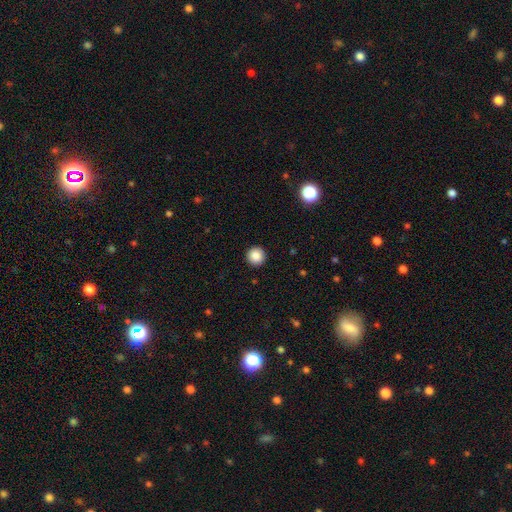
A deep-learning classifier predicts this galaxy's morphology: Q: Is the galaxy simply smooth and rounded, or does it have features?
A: smooth — 87%.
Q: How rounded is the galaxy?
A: round — 96%.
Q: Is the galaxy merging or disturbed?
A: none — 93%.